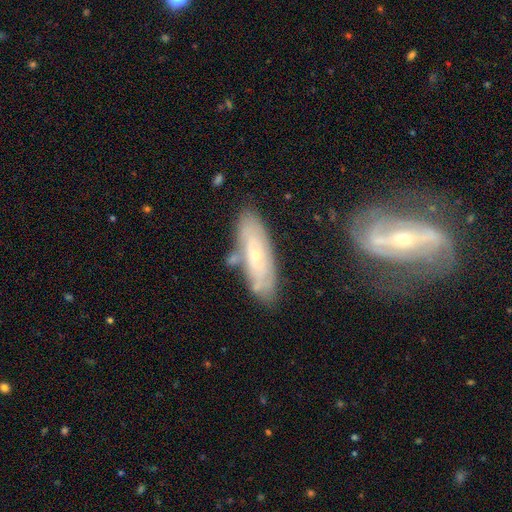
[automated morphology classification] This appears to be a featured or disk galaxy (59%). Merging: none (71%).